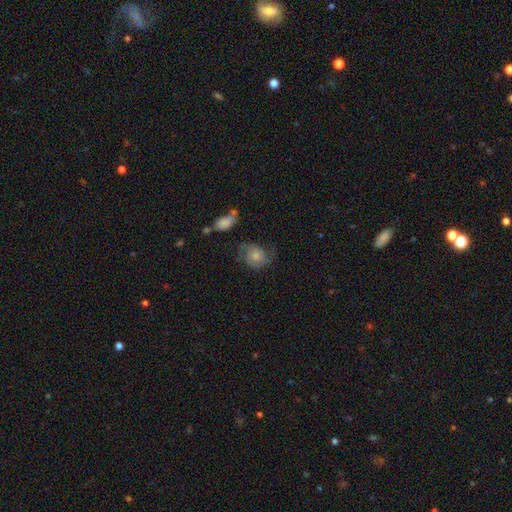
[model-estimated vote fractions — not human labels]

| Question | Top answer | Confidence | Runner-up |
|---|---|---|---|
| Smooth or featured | featured or disk | 49% | smooth (42%) |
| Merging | none | 52% | minor disturbance (26%) |